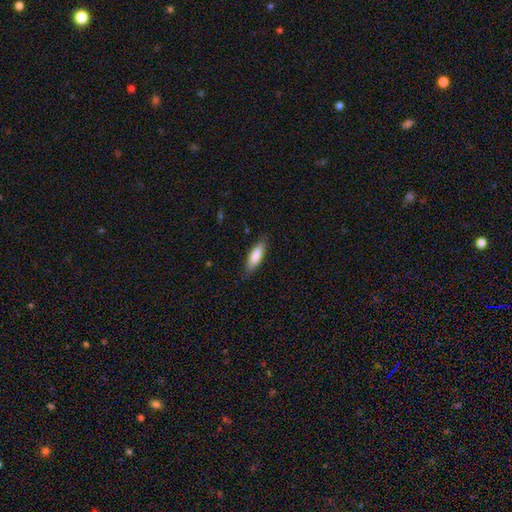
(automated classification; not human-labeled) smooth_or_featured: smooth (p=0.82) [alt: featured or disk p=0.12]
how_rounded: cigar-shaped (p=0.51) [alt: in between p=0.48]
merging: none (p=0.82) [alt: minor disturbance p=0.15]